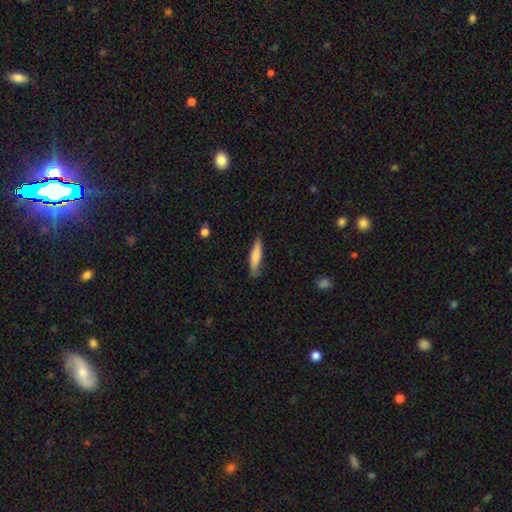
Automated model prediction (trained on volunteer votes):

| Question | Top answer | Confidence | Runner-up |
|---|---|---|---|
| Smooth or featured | smooth | 77% | featured or disk (17%) |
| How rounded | cigar-shaped | 83% | in between (15%) |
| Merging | none | 83% | minor disturbance (13%) |